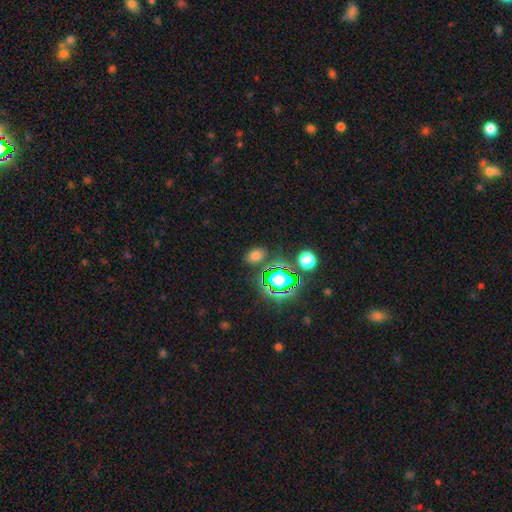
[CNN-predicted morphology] smooth-or-featured: smooth: 63% | star or artifact: 30% | featured or disk: 8%
  how-rounded: in between: 79% | round: 19% | cigar-shaped: 2%
  merging: none: 80% | minor disturbance: 11% | merger: 4% | major disturbance: 4%